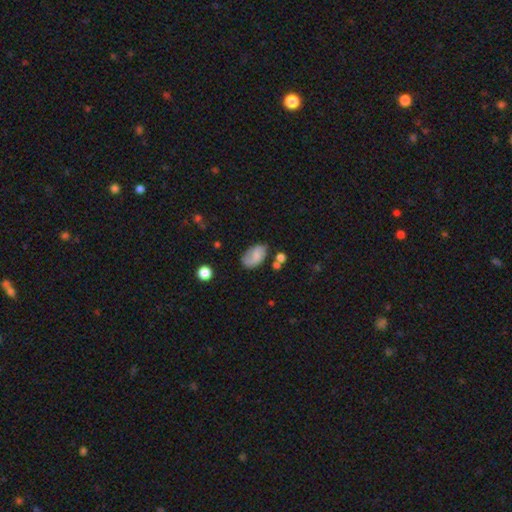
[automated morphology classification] The model was most divided on "smooth or featured": smooth: 64%, featured or disk: 27%, star or artifact: 9%. More confident: how rounded — in between (90%); merging — none (62%).